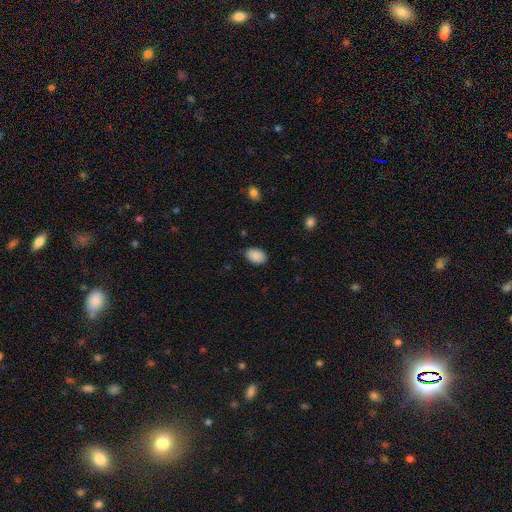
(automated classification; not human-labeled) This appears to be a smooth galaxy with no disk features (89%) that is in between round and cigar-shaped (86%). Merging: none (83%).